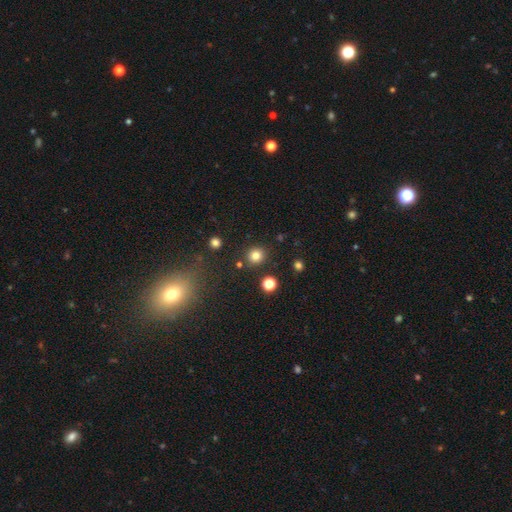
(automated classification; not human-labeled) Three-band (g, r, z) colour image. It shows a smooth galaxy with no disk features (81%) that is round (88%). Merging: none (87%).